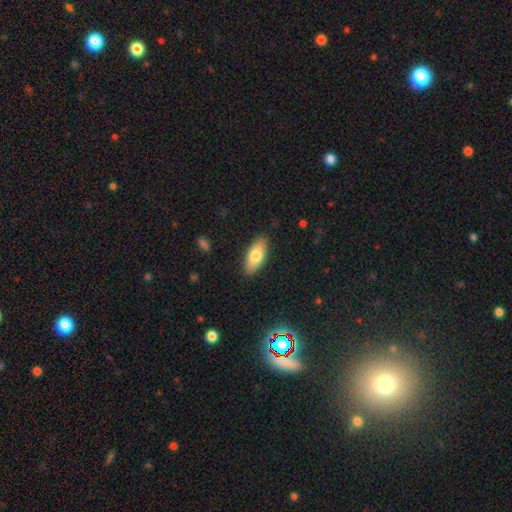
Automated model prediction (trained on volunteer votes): smooth-or-featured: smooth: 76% | featured or disk: 18% | star or artifact: 6%
  how-rounded: in between: 83% | cigar-shaped: 15% | round: 2%
  merging: none: 88% | minor disturbance: 9% | major disturbance: 2% | merger: 1%